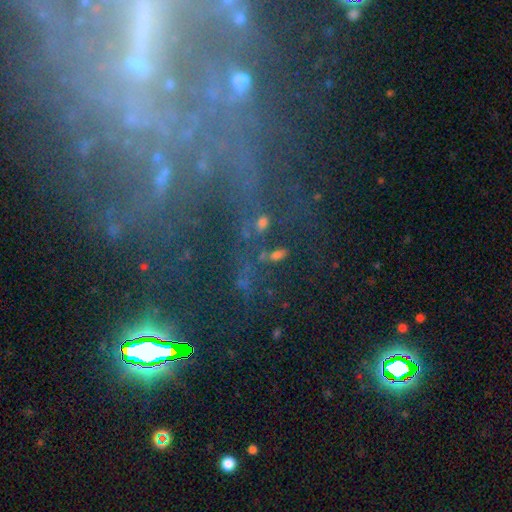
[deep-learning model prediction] Smooth or featured? Predicted: featured or disk (p=0.50). Edge-on disk? Predicted: no (p=0.91). Merging? Predicted: none (p=0.50).